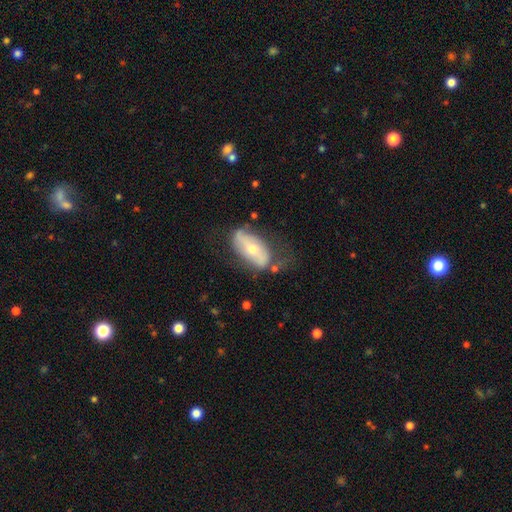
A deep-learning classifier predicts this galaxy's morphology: Smooth or featured?
  - featured or disk: 50% *
  - smooth: 43%
  - star or artifact: 7%
Edge-on disk?
  - no: 81% *
  - yes: 19%
Merging?
  - none: 49% *
  - minor disturbance: 27%
  - major disturbance: 19%
  - merger: 5%